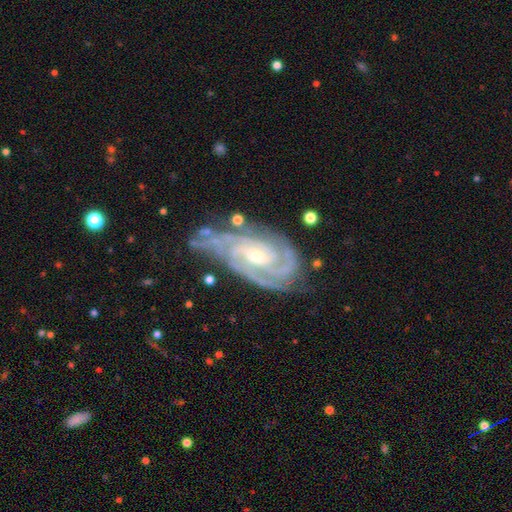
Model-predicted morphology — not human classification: The model was most divided on "bulge size": moderate: 50%, small: 45%, large: 3%, none: 2%, dominant: 1%. Remaining: spiral arms — yes (98%); edge-on disk — no (96%); smooth or featured — featured or disk (90%); spiral winding — tight (73%); merging — none (65%); bar — no (45%); spiral arm count — 3 (34%).